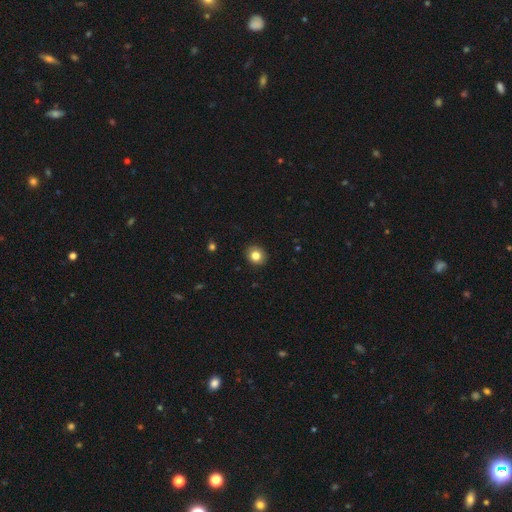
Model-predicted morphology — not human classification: Smooth or featured: smooth — 83% (star or artifact — 10%)
How rounded: round — 81% (in between — 18%)
Merging: none — 91% (minor disturbance — 6%)